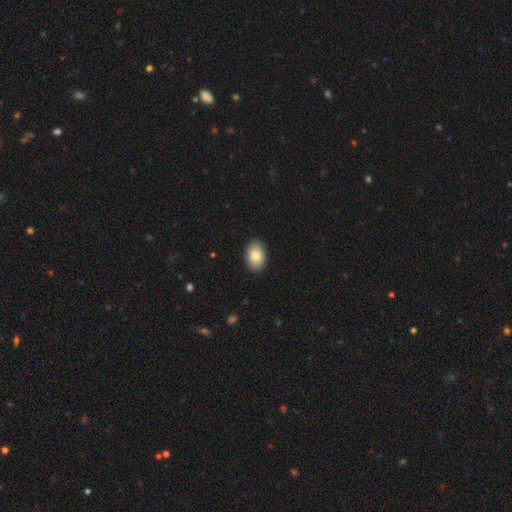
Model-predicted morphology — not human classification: type=smooth (83%); roundness=in between (89%); merging=none (90%).